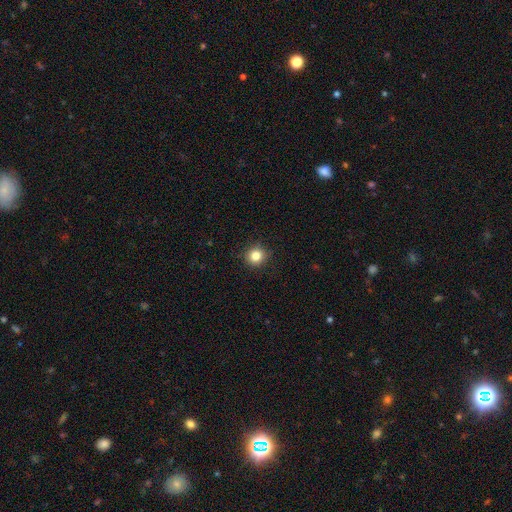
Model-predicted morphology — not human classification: The model was most divided on "smooth or featured": smooth: 83%, star or artifact: 12%, featured or disk: 5%. More confident: how rounded — round (92%); merging — none (91%).